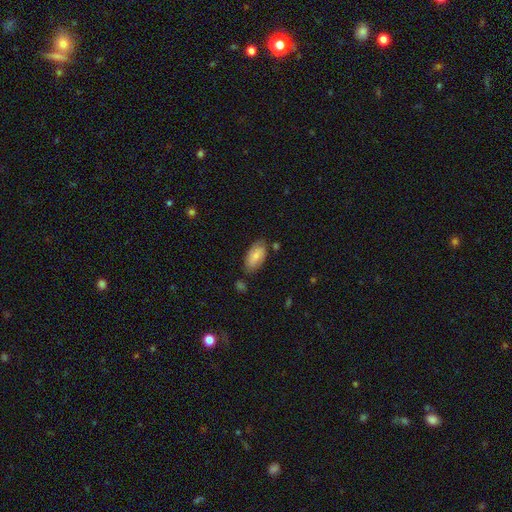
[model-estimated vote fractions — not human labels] Morphology: type=smooth (80%); roundness=in between (92%); merging=none (72%).